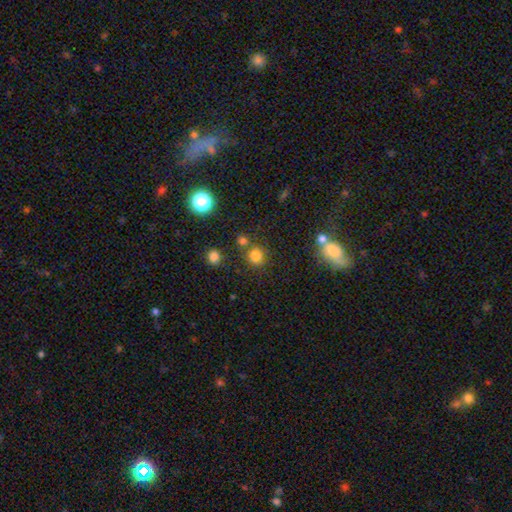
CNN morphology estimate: Smooth or featured? Predicted: smooth (p=0.77). How rounded? Predicted: round (p=0.86). Merging? Predicted: none (p=0.74).